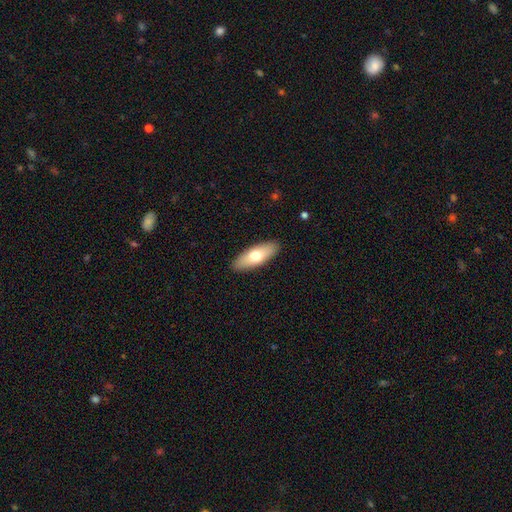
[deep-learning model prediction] Smooth or featured? smooth (66%)
How rounded? in between (69%)
Merging? none (90%)